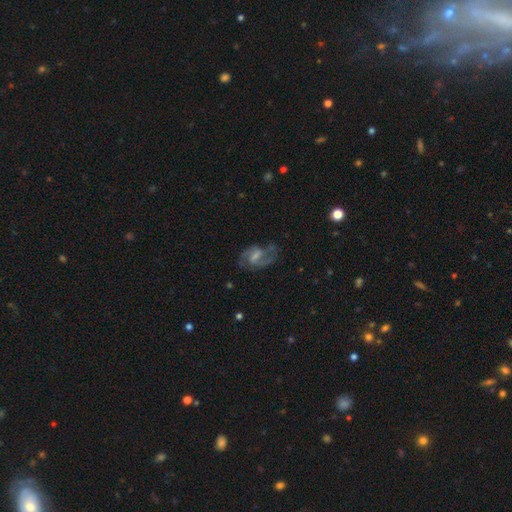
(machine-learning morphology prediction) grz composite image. It shows a featured or disk galaxy (80%) with a weak bar (55%), 2 (84%) medium (56%) spiral arms (94%) and a small central bulge (36%). Merging: none (71%).